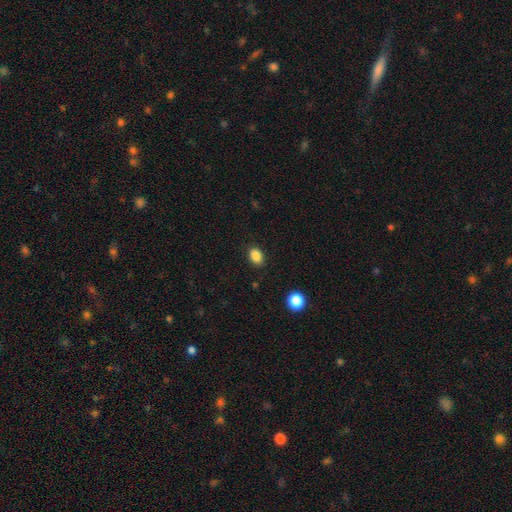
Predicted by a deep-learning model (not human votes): Smooth or featured? smooth (87%)
How rounded? in between (77%)
Merging? none (87%)